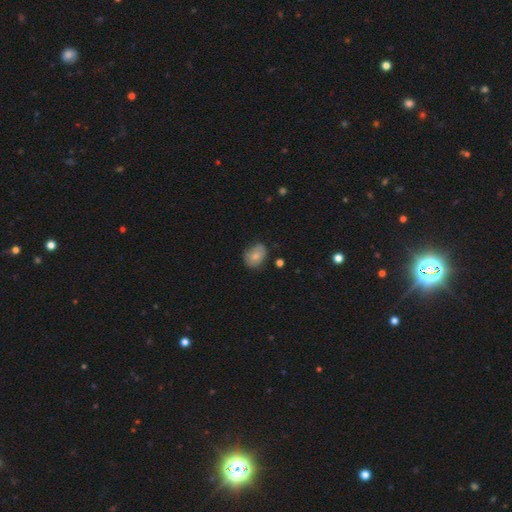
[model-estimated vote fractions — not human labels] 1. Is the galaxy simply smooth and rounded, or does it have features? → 77% smooth, 15% featured or disk, 8% star or artifact.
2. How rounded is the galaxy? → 65% in between, 34% round, 1% cigar-shaped.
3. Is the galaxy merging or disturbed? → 63% none, 29% minor disturbance, 6% major disturbance, 2% merger.